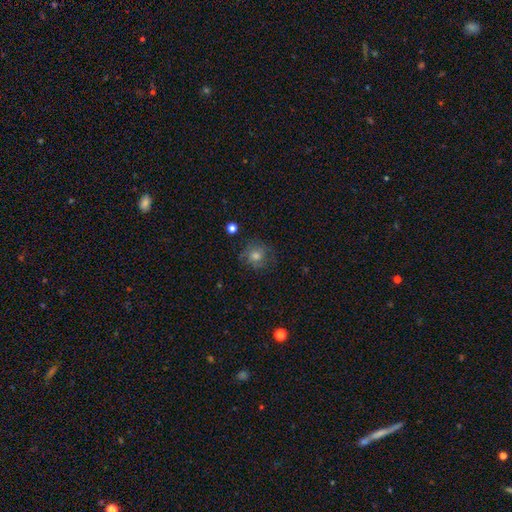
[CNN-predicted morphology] This appears to be a smooth galaxy with no disk features (52%) that is round (86%). Merging: none (74%).